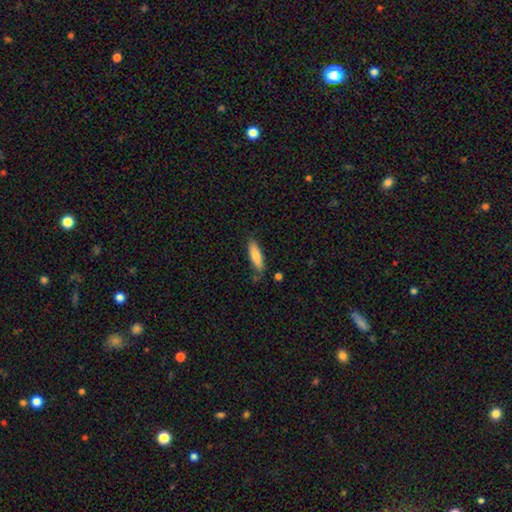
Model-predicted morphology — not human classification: smooth_or_featured: smooth (p=0.79) [alt: featured or disk p=0.15]
how_rounded: cigar-shaped (p=0.61) [alt: in between p=0.37]
merging: none (p=0.75) [alt: minor disturbance p=0.18]